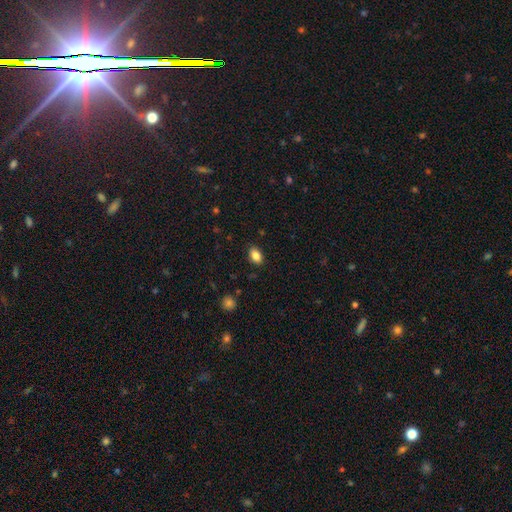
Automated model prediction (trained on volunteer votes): Smooth or featured? smooth (86%)
How rounded? in between (87%)
Merging? none (87%)